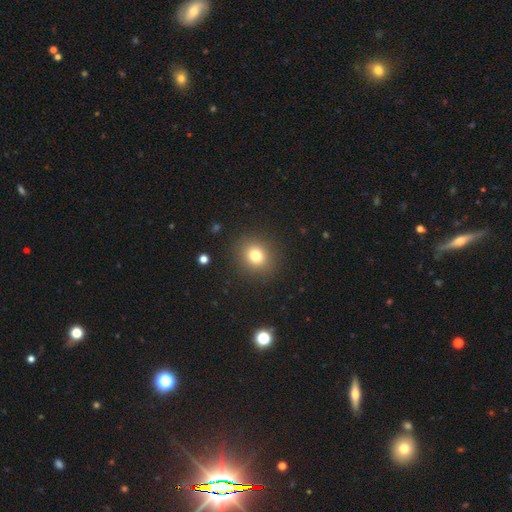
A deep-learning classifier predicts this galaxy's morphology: smooth 78%, star or artifact 14%, featured or disk 9%. Down the decision tree: how rounded — round (80%); merging — none (90%).